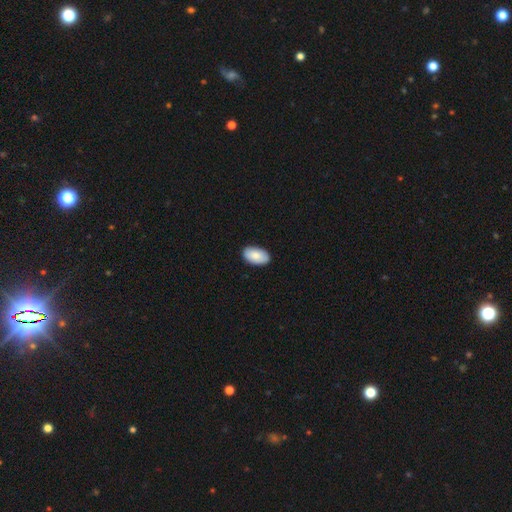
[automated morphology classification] A smooth galaxy with no disk features (86%) that is in between round and cigar-shaped (95%).

Vote fractions:
- Smooth or featured? smooth: 86% / featured or disk: 9% / star or artifact: 6%
- How rounded? in between: 95% / round: 4% / cigar-shaped: 1%
- Merging? none: 88% / minor disturbance: 9% / major disturbance: 2% / merger: 1%